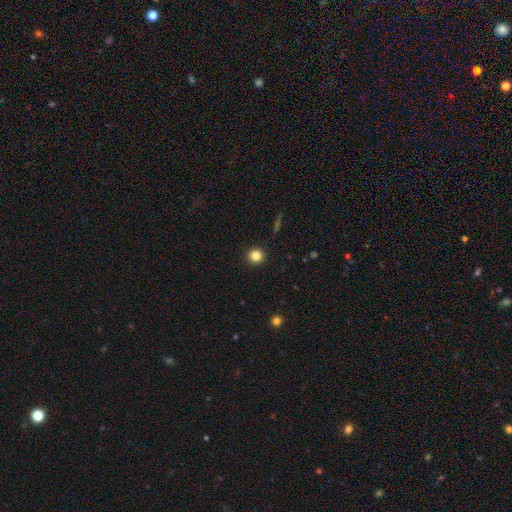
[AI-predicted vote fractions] Smooth or featured? smooth (84%)
How rounded? round (93%)
Merging? none (93%)